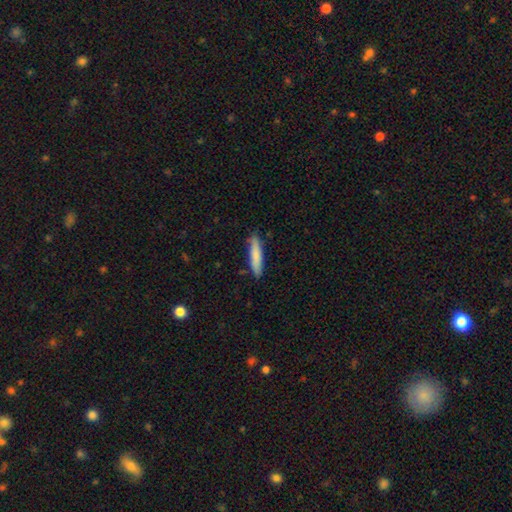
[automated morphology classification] This appears to be a smooth galaxy with no disk features (80%) that is cigar-shaped (86%). Merging: none (87%).